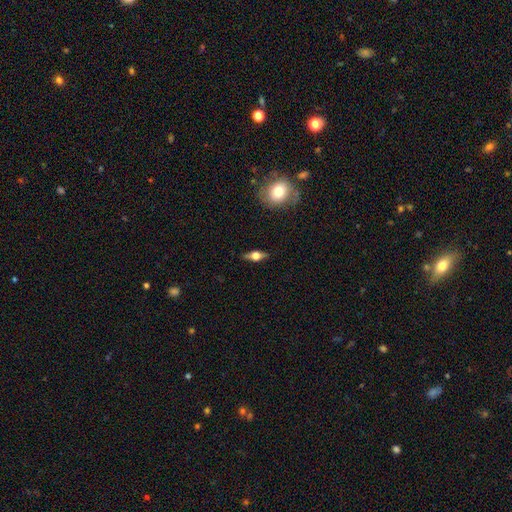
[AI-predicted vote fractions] smooth_or_featured: featured or disk (p=0.59) [alt: smooth p=0.33]
disk_edge_on: yes (p=0.93) [alt: no p=0.07]
edge_on_bulge: rounded (p=0.94) [alt: boxy p=0.05]
merging: none (p=0.86) [alt: minor disturbance p=0.10]